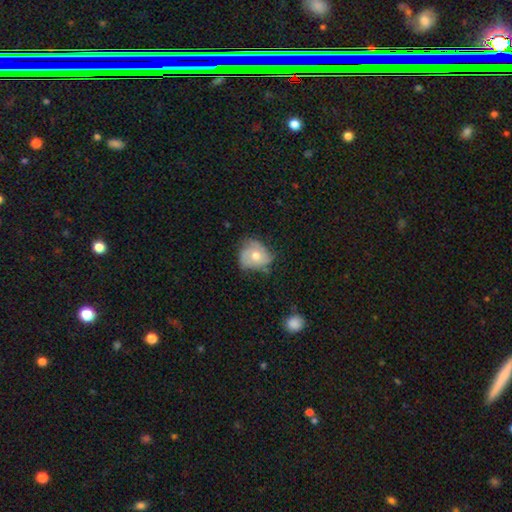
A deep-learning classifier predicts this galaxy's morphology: The model was most divided on "smooth or featured": featured or disk: 47%, smooth: 45%, star or artifact: 8%. More confident: merging — none (54%).